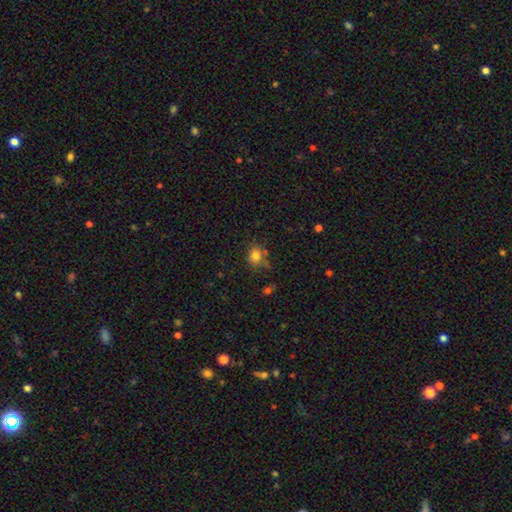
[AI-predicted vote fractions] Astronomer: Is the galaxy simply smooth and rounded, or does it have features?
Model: smooth — 79%.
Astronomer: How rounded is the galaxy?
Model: round — 57% (runner-up: in between, 42%).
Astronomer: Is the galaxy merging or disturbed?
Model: none — 64%.